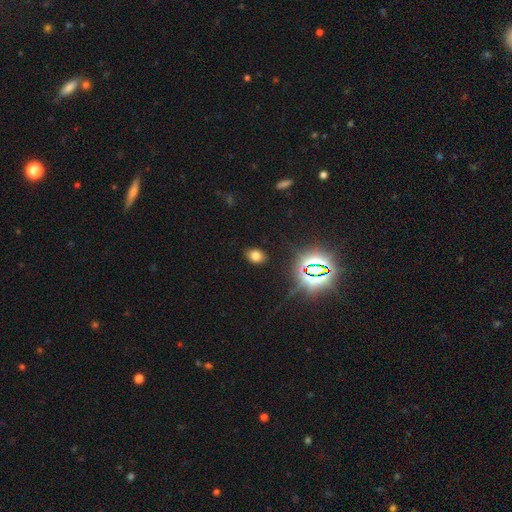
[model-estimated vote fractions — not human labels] Morphology: type=smooth (69%); roundness=in between (68%); merging=none (87%).